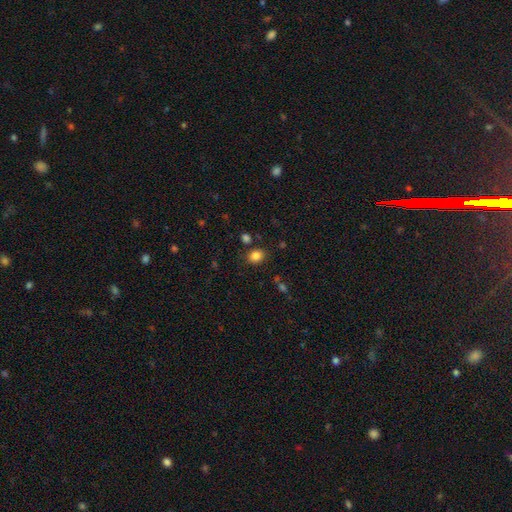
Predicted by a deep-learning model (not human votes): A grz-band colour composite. It shows a smooth galaxy with no disk features (83%) that is round (54%). Merging: none (81%).